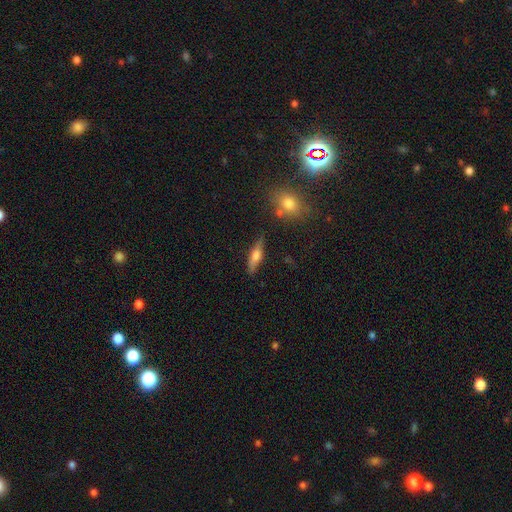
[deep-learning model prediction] smooth_or_featured: smooth (p=0.48) [alt: featured or disk p=0.44]
merging: none (p=0.81) [alt: minor disturbance p=0.13]